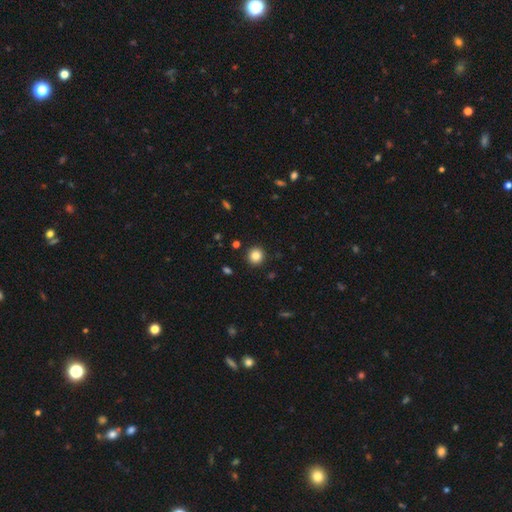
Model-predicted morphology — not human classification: smooth-or-featured: smooth: 84% | star or artifact: 11% | featured or disk: 5%
  how-rounded: round: 93% | in between: 6% | cigar-shaped: 1%
  merging: none: 92% | minor disturbance: 5% | major disturbance: 2% | merger: 1%